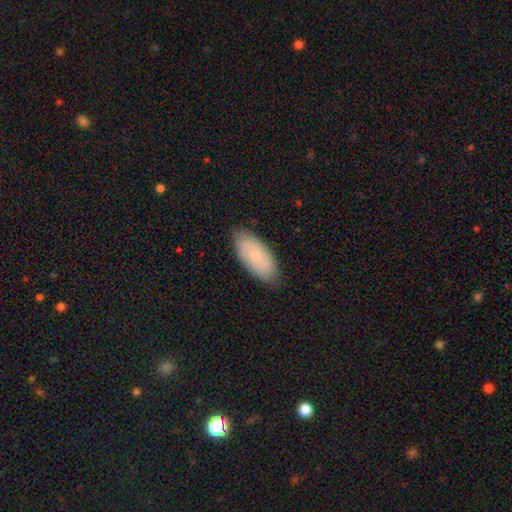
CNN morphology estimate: This appears to be a smooth galaxy with no disk features (66%) that is in between round and cigar-shaped (88%). Merging: none (82%).